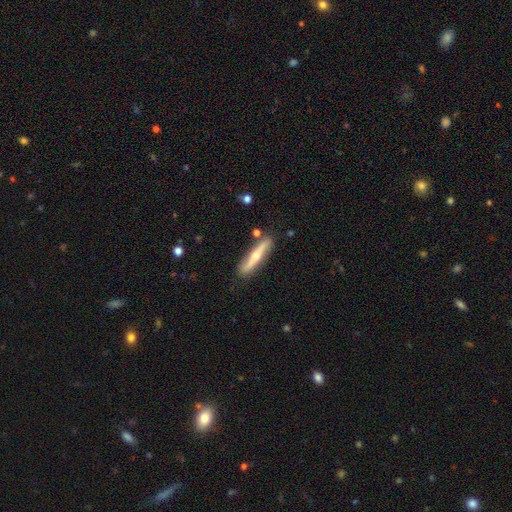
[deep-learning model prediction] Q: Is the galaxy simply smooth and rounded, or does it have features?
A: featured or disk — 62%.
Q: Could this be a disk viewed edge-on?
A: yes — 85%.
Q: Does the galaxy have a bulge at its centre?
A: rounded — 91%.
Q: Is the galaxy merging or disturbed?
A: none — 83%.